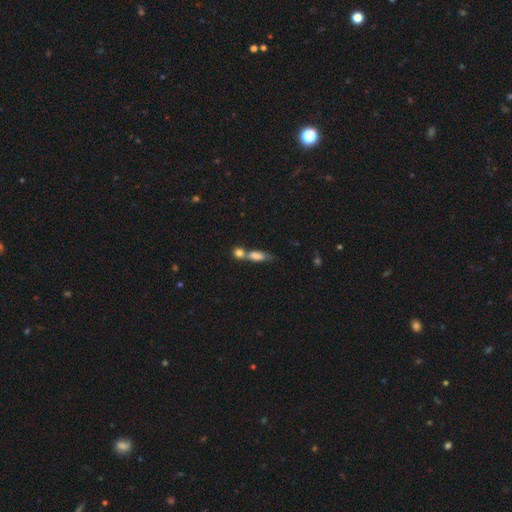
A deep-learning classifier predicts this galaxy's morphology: The model was most divided on "merging": merger: 51%, none: 32%, minor disturbance: 11%, major disturbance: 6%. More confident: smooth or featured — smooth (76%); how rounded — in between (60%).